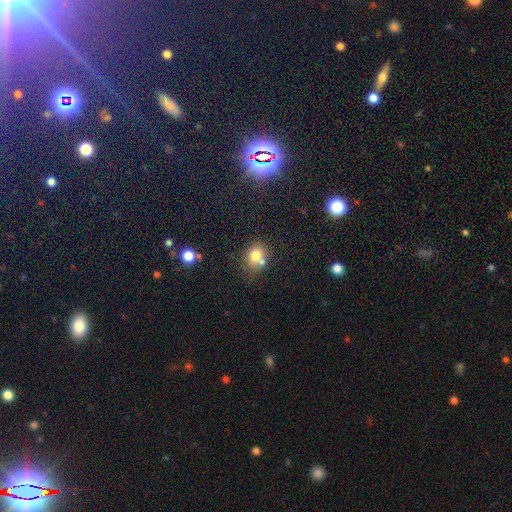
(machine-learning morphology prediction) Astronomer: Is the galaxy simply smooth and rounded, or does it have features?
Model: smooth — 74%.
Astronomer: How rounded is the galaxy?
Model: round — 59% (runner-up: in between, 40%).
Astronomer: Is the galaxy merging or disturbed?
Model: none — 54%.